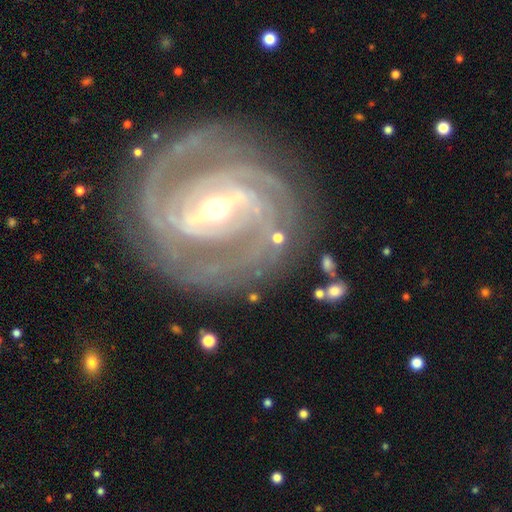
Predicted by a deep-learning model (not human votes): Morphology: type=featured or disk (92%); edge-on=no (96%); bar=strong (67%); spiral arms=yes (98%); winding=tight (72%); arm count=2 (34%); bulge=moderate (52%); merging=none (81%).